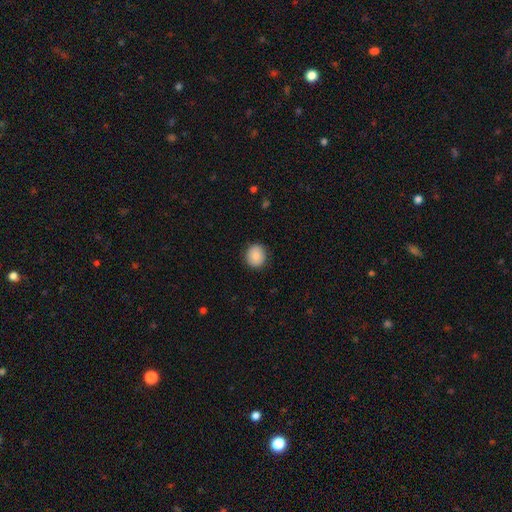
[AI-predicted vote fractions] Morphology: type=smooth (85%); roundness=round (86%); merging=none (88%).